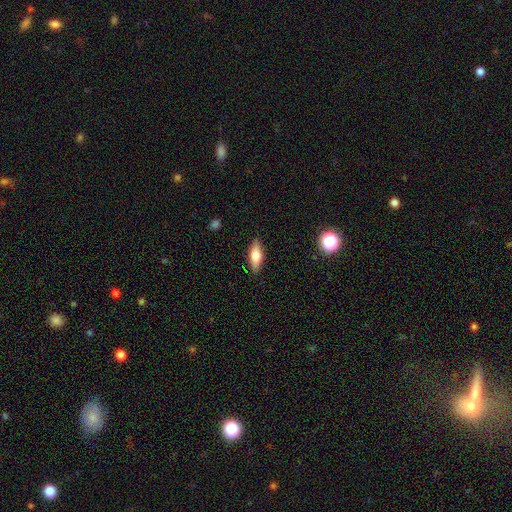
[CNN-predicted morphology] Overall: smooth (70%). How rounded: in between (69%). Merging: none (87%).